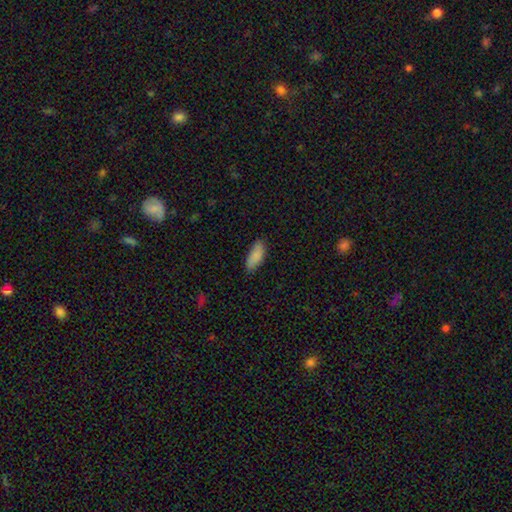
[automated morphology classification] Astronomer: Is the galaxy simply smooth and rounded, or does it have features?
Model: smooth — 87%.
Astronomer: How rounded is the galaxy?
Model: in between — 80%.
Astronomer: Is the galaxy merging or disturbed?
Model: none — 77%.